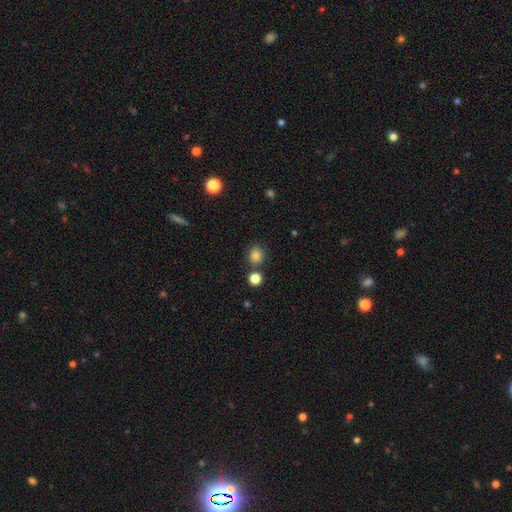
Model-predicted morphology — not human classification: Smooth or featured? Predicted: smooth (p=0.81). How rounded? Predicted: round (p=0.78). Merging? Predicted: none (p=0.77).